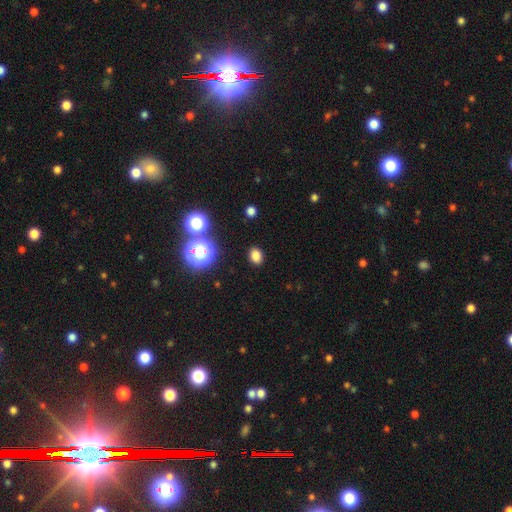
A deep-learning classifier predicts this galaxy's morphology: A smooth galaxy with no disk features (78%) that is in between round and cigar-shaped (64%).

Vote fractions:
- Smooth or featured? smooth: 78% / star or artifact: 17% / featured or disk: 6%
- How rounded? in between: 64% / round: 34% / cigar-shaped: 1%
- Merging? none: 88% / minor disturbance: 8% / major disturbance: 3% / merger: 2%